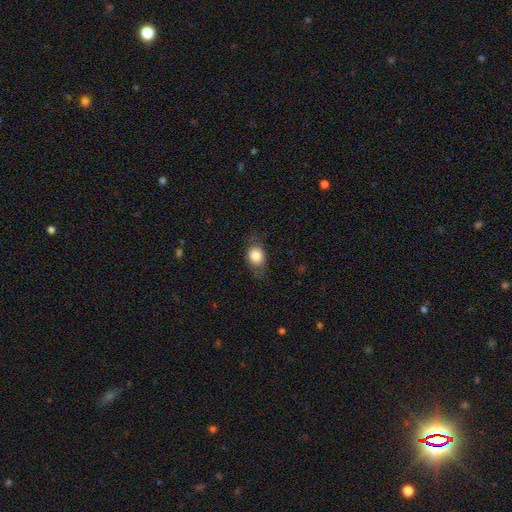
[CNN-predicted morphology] Smooth or featured? smooth (79%)
How rounded? in between (55%)
Merging? none (75%)